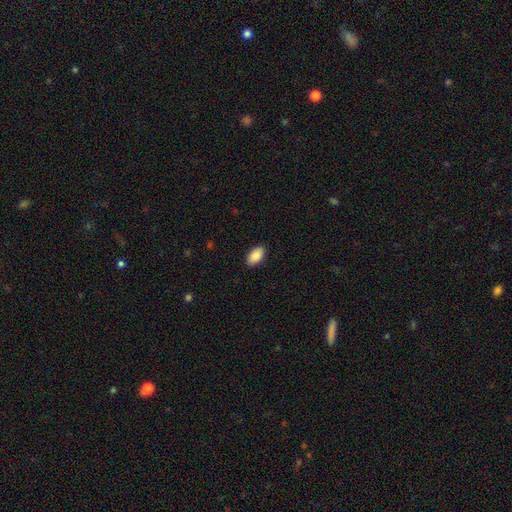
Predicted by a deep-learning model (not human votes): A smooth galaxy with no disk features (88%) that is in between round and cigar-shaped (95%). Merging: none (90%).